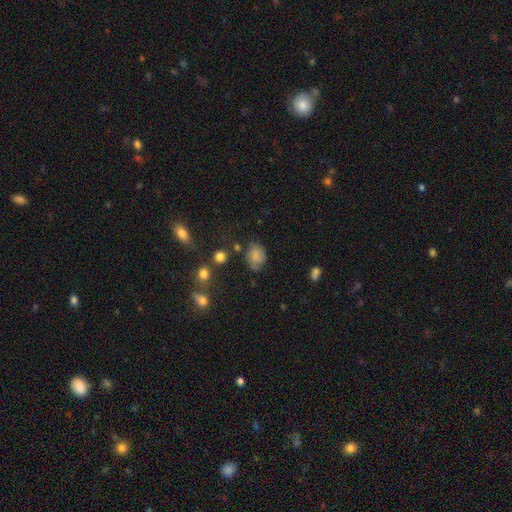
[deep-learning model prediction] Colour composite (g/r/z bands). It shows a smooth galaxy with no disk features (70%) that is round (50%). Merging: none (63%).